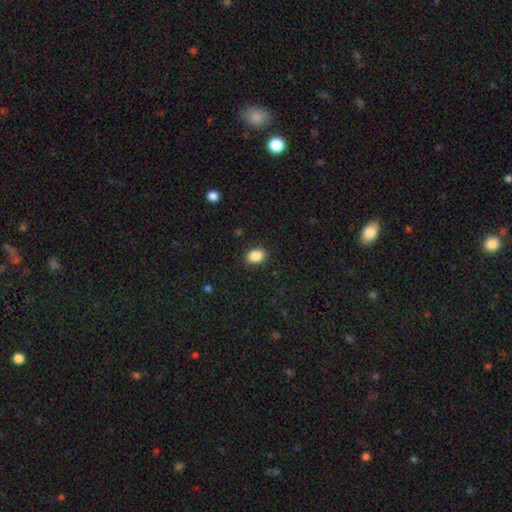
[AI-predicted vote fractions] Morphology: type=smooth (88%); roundness=in between (77%); merging=none (89%).